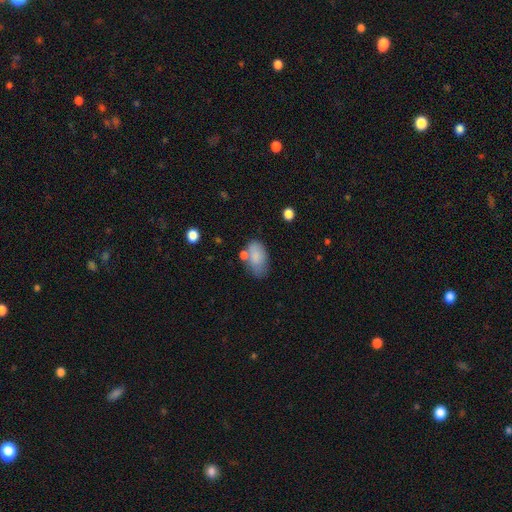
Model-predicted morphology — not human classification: smooth_or_featured: smooth (p=0.81) [alt: featured or disk p=0.12]
how_rounded: in between (p=0.92) [alt: round p=0.07]
merging: none (p=0.54) [alt: minor disturbance p=0.24]